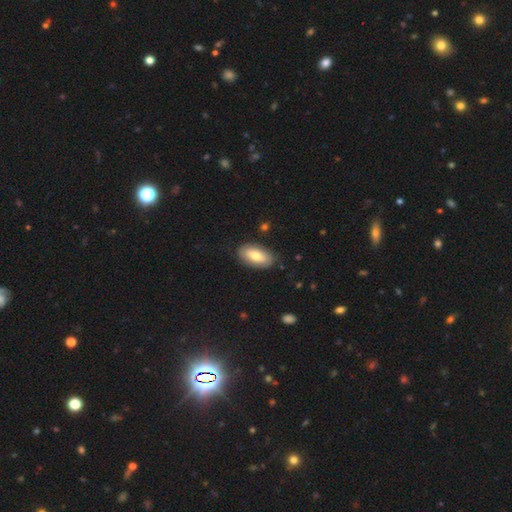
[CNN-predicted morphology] smooth-or-featured: smooth: 74% | featured or disk: 20% | star or artifact: 6%
  how-rounded: in between: 92% | cigar-shaped: 5% | round: 3%
  merging: none: 84% | minor disturbance: 12% | major disturbance: 3% | merger: 1%